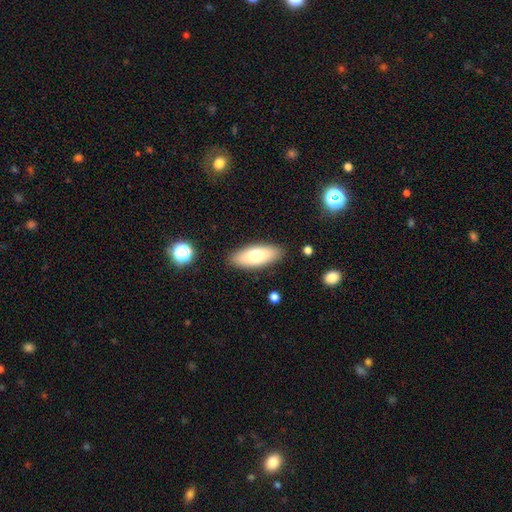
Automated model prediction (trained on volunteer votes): Smooth or featured: smooth — 70% (featured or disk — 23%)
How rounded: in between — 78% (cigar-shaped — 20%)
Merging: none — 88% (minor disturbance — 9%)